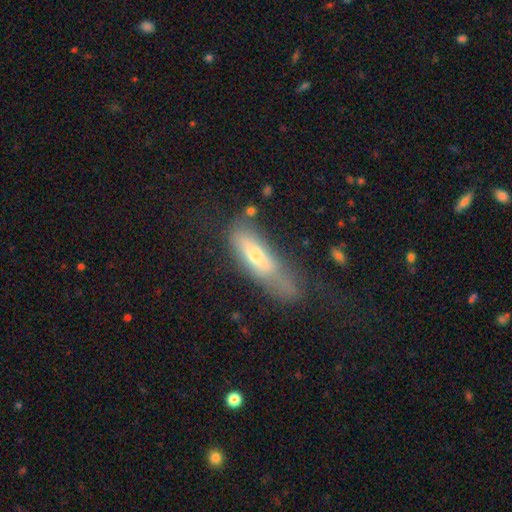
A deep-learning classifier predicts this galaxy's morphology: This is possibly a smooth galaxy (60%). How rounded: possibly cigar-shaped (49%). Merging: marginally major disturbance (34%).